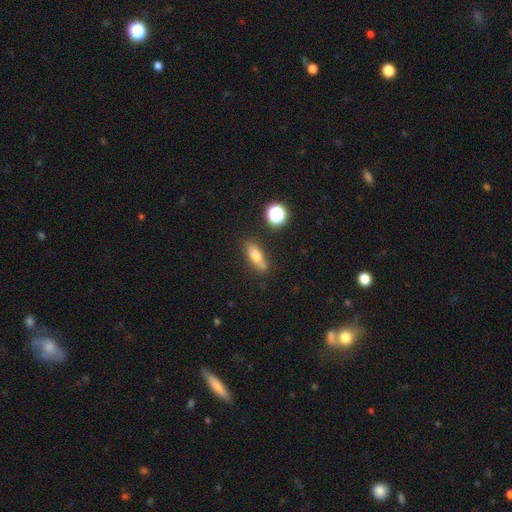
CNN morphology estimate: smooth_or_featured: smooth (p=0.68) [alt: featured or disk p=0.21]
how_rounded: in between (p=0.52) [alt: cigar-shaped p=0.41]
merging: none (p=0.76) [alt: minor disturbance p=0.15]